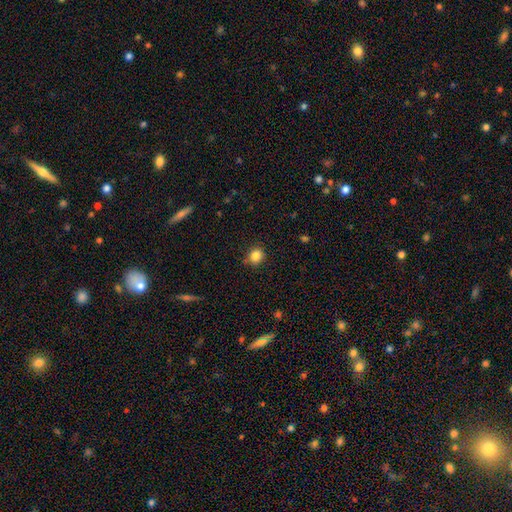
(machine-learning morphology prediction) Smooth or featured? smooth (84%)
How rounded? round (80%)
Merging? none (85%)